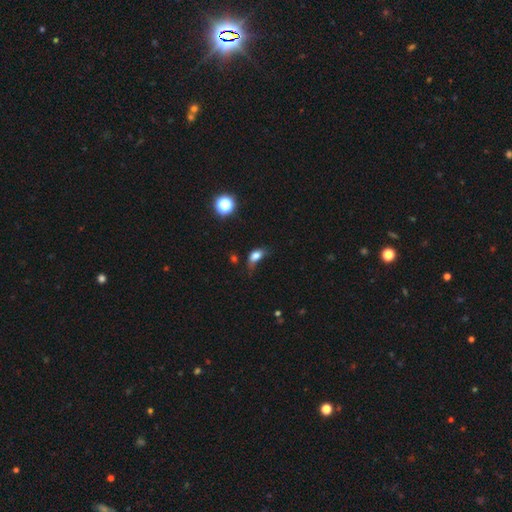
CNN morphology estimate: Overall: smooth (77%). How rounded: in between (80%). Merging: minor disturbance (36%; major disturbance 31%).